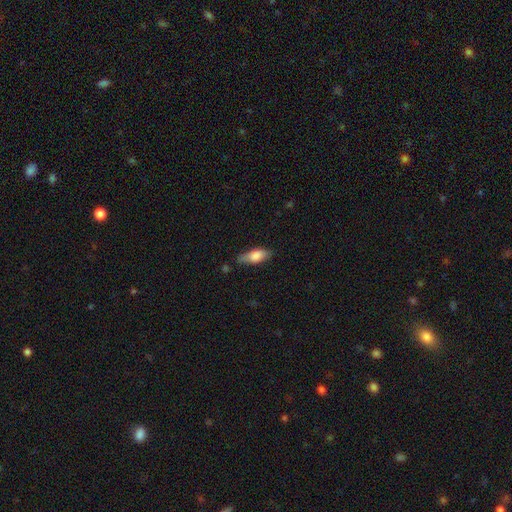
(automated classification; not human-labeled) A smooth galaxy with no disk features (77%) that is in between round and cigar-shaped (74%).

Vote fractions:
- Smooth or featured? smooth: 77% / featured or disk: 17% / star or artifact: 6%
- How rounded? in between: 74% / cigar-shaped: 23% / round: 3%
- Merging? none: 68% / minor disturbance: 24% / major disturbance: 5% / merger: 3%